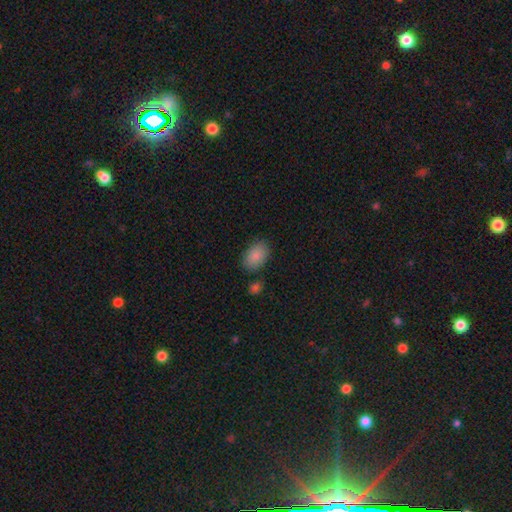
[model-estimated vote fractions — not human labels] Smooth or featured? smooth (88%)
How rounded? in between (90%)
Merging? none (80%)